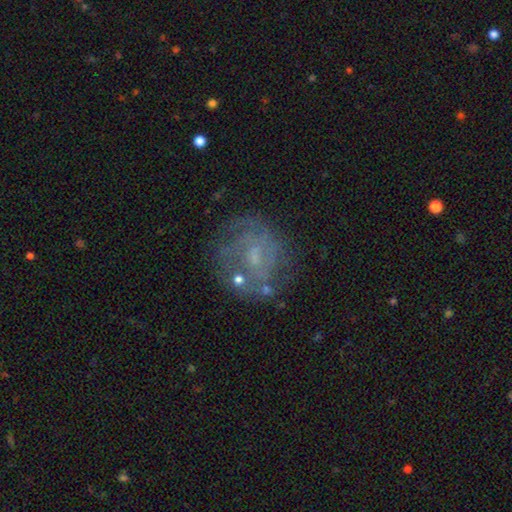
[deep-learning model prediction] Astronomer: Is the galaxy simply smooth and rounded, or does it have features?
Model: featured or disk — 65%.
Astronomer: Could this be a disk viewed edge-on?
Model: no — 98%.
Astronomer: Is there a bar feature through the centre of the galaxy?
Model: no — 52% (runner-up: weak, 41%).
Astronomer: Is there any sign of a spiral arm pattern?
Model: yes — 70%.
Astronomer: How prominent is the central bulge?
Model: small — 52%.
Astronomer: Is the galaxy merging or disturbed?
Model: none — 65%.